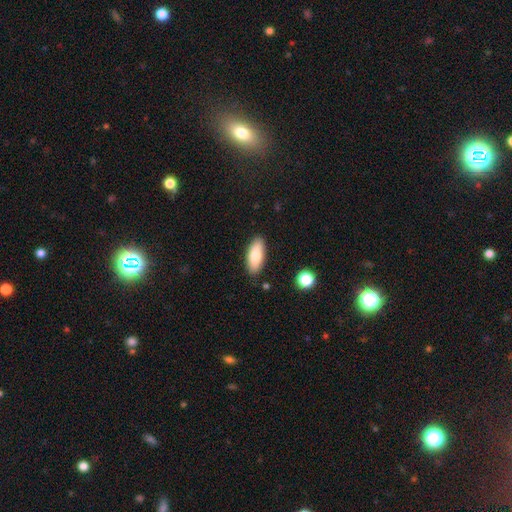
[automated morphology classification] Smooth or featured: smooth — 79% (featured or disk — 14%)
How rounded: in between — 84% (cigar-shaped — 14%)
Merging: none — 86% (minor disturbance — 10%)